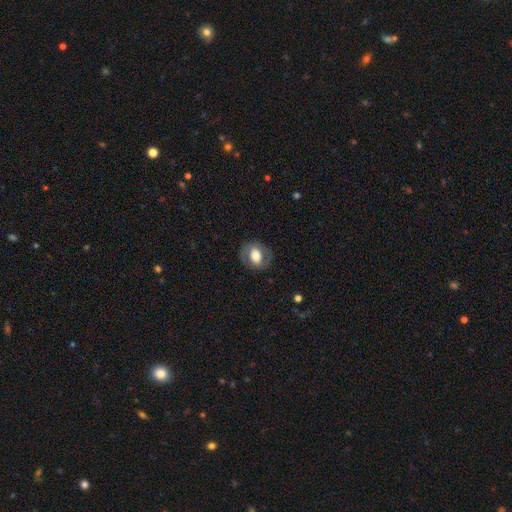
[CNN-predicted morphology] Smooth or featured?
  - smooth: 49% *
  - featured or disk: 44%
  - star or artifact: 8%
Merging?
  - none: 79% *
  - minor disturbance: 13%
  - major disturbance: 7%
  - merger: 1%